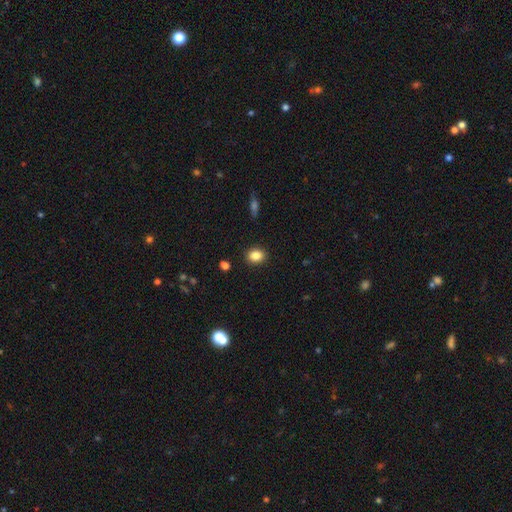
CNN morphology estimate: Smooth or featured? Predicted: smooth (p=0.85). How rounded? Predicted: round (p=0.52). Merging? Predicted: none (p=0.90).